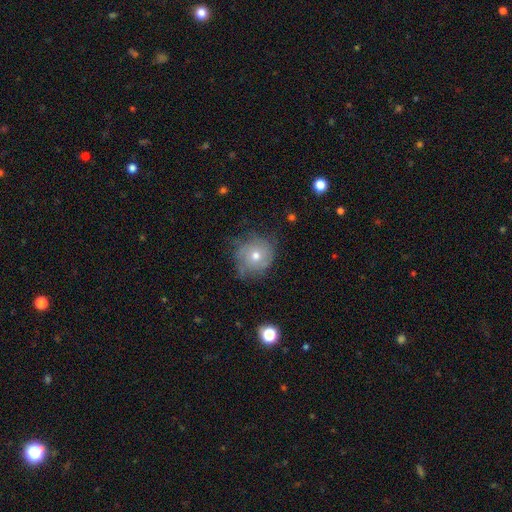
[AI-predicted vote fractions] This appears to be a featured or disk galaxy (46%). Merging: none (64%).